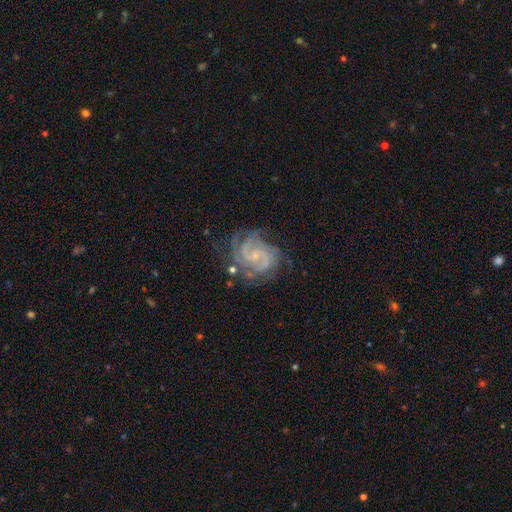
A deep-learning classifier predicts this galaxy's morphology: Smooth or featured? featured or disk (89%)
Edge-on disk? no (98%)
Bar? no (51%)
Spiral arms? yes (98%)
Spiral winding? tight (60%)
Spiral arm count? 2 (33%)
Bulge size? small (76%)
Merging? none (70%)